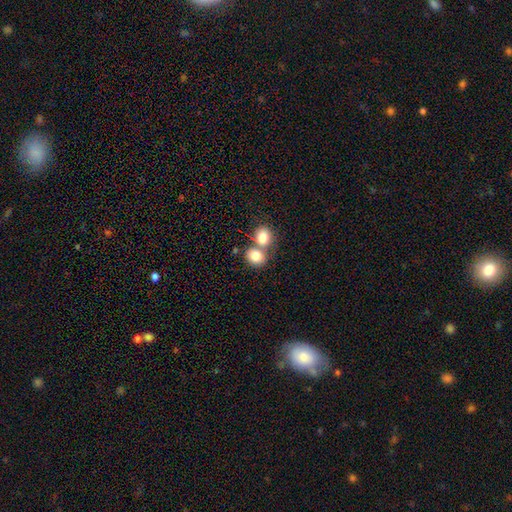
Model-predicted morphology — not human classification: Smooth or featured?
  - smooth: 81% *
  - featured or disk: 10%
  - star or artifact: 9%
How rounded?
  - round: 63% *
  - in between: 36%
  - cigar-shaped: 1%
Merging?
  - merger: 52% *
  - none: 38%
  - minor disturbance: 7%
  - major disturbance: 3%